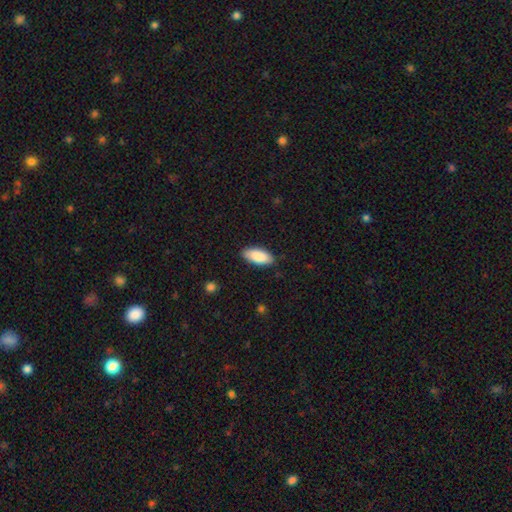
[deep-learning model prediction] smooth 88%, featured or disk 7%, star or artifact 6%. Down the decision tree: how rounded — in between (87%); merging — none (87%).